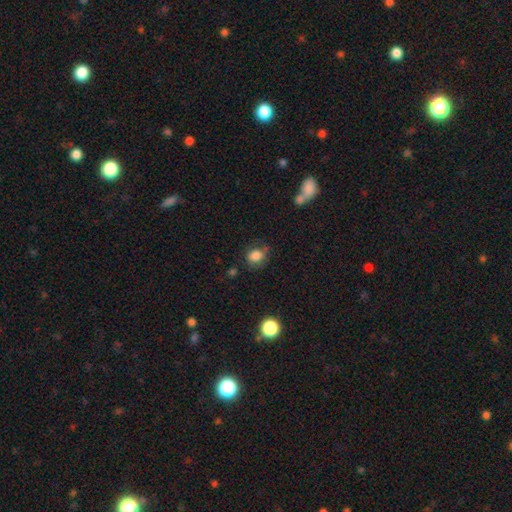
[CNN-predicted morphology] A smooth galaxy with no disk features (81%) that is round (54%). Merging: none (63%).